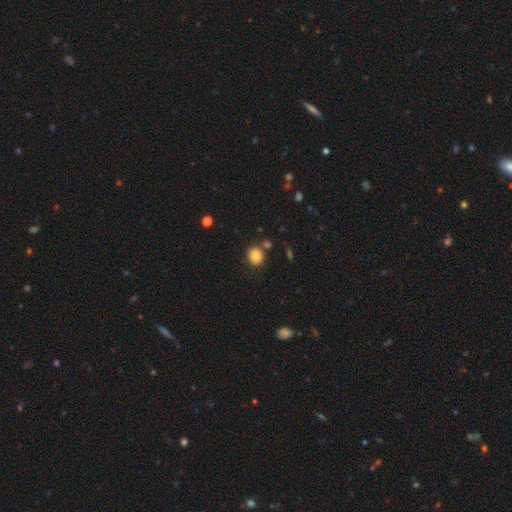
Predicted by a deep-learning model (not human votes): Smooth or featured? Predicted: smooth (p=0.83). How rounded? Predicted: round (p=0.80). Merging? Predicted: none (p=0.76).